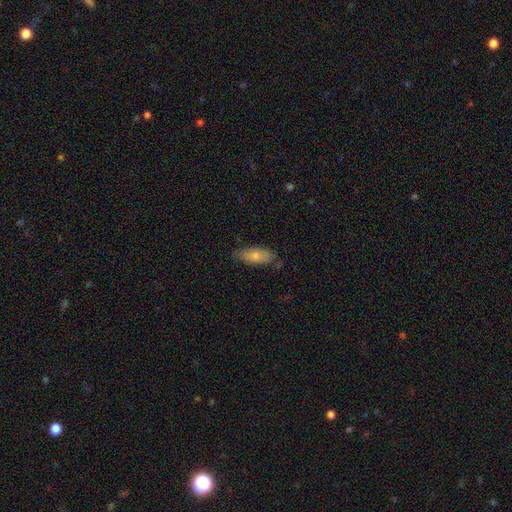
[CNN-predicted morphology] smooth-or-featured: smooth: 78% | featured or disk: 16% | star or artifact: 6%
  how-rounded: in between: 76% | cigar-shaped: 21% | round: 2%
  merging: none: 77% | minor disturbance: 18% | major disturbance: 3% | merger: 2%